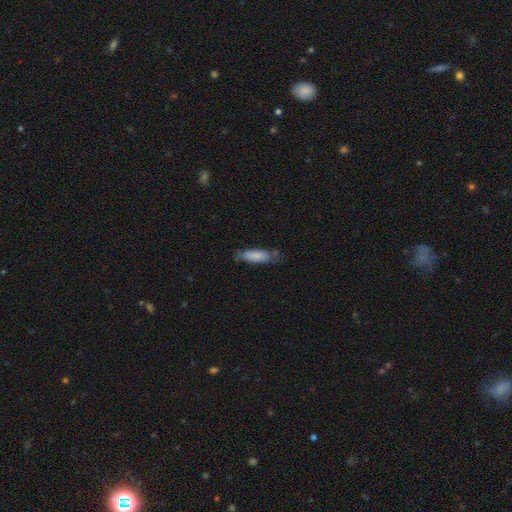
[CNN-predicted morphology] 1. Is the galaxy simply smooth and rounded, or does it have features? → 78% smooth, 16% featured or disk, 6% star or artifact.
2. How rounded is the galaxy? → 51% cigar-shaped, 48% in between, 1% round.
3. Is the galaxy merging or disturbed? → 65% none, 26% minor disturbance, 6% major disturbance, 3% merger.